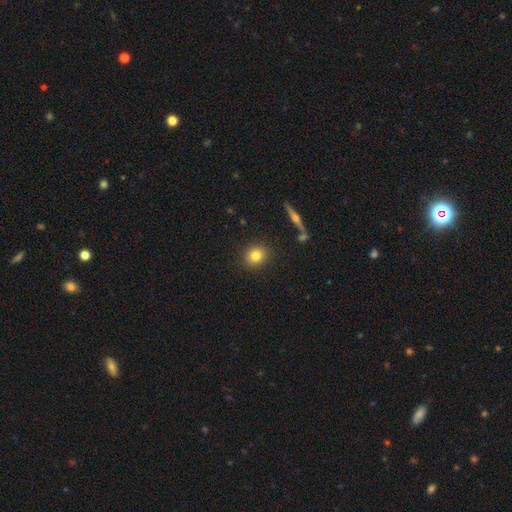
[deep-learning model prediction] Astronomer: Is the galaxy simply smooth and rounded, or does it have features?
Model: smooth — 80%.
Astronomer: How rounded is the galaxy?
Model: round — 75%.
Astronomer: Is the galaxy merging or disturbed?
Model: none — 89%.